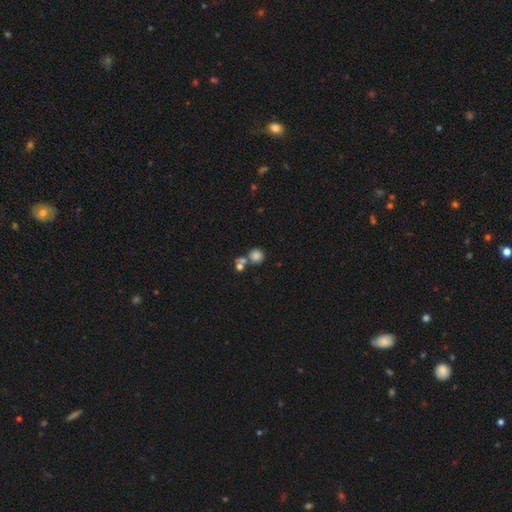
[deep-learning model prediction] smooth 80%, star or artifact 12%, featured or disk 8%. Down the decision tree: how rounded — round (92%); merging — none (58%).